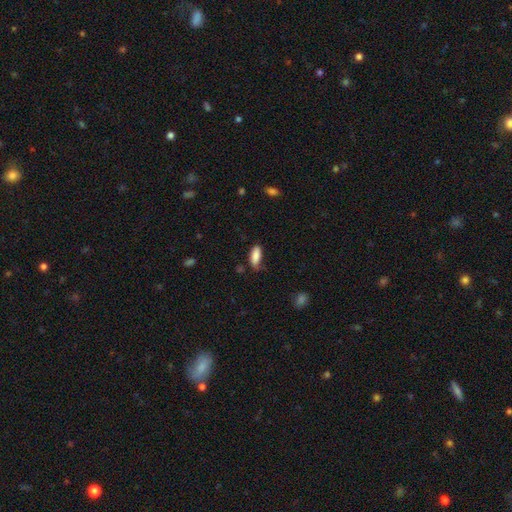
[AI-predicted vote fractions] The model was most divided on "merging": none: 62%, minor disturbance: 29%, major disturbance: 7%, merger: 2%. More confident: smooth or featured — smooth (86%); how rounded — in between (75%).